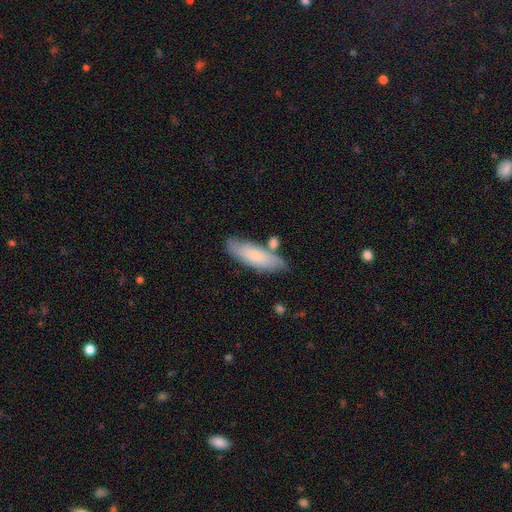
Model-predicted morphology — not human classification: A smooth galaxy with no disk features (69%) that is in between round and cigar-shaped (53%).

Vote fractions:
- Smooth or featured? smooth: 69% / featured or disk: 25% / star or artifact: 6%
- How rounded? in between: 53% / cigar-shaped: 45% / round: 2%
- Merging? none: 68% / minor disturbance: 18% / merger: 10% / major disturbance: 4%